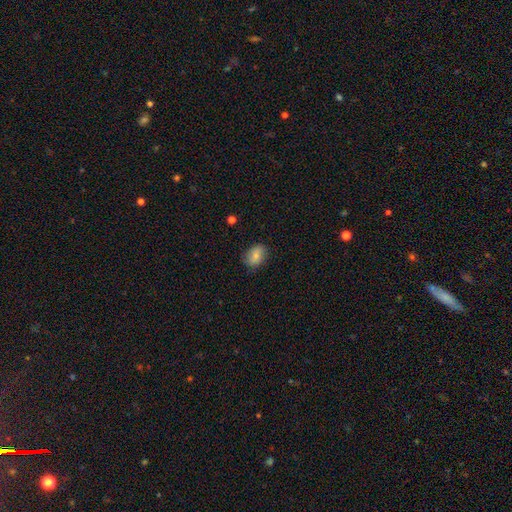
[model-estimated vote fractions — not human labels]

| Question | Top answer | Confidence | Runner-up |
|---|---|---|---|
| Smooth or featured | smooth | 77% | featured or disk (14%) |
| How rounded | in between | 70% | round (28%) |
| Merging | none | 77% | minor disturbance (18%) |